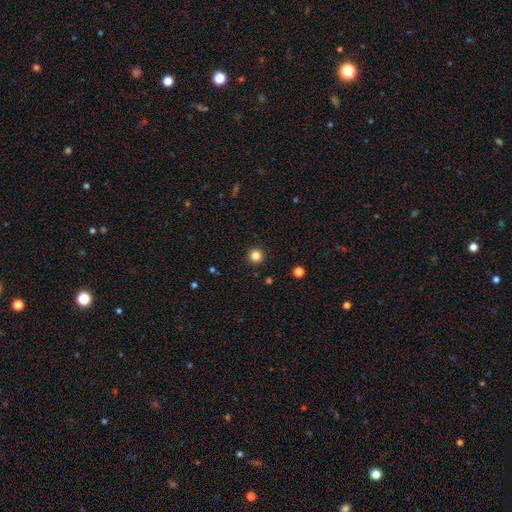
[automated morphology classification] This is clearly a smooth galaxy (84%). How rounded: clearly round (96%). Merging: clearly none (93%).